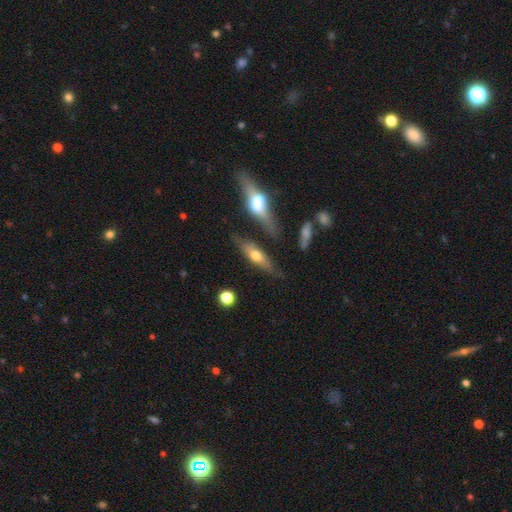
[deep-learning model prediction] Smooth or featured? Predicted: featured or disk (p=0.52). Edge-on disk? Predicted: yes (p=0.82). Merging? Predicted: none (p=0.69).